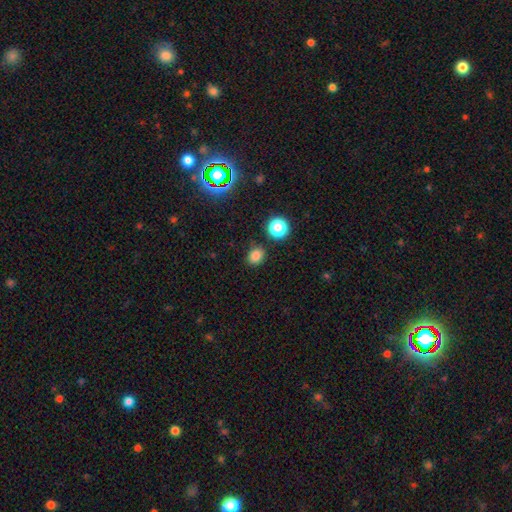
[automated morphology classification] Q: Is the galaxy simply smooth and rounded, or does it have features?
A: smooth — 81%.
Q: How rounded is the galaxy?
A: round — 62%.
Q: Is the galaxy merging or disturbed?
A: none — 83%.